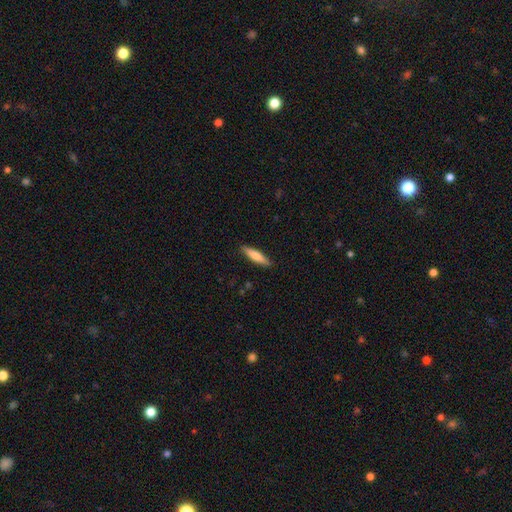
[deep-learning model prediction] A smooth galaxy with no disk features (75%) that is cigar-shaped (77%).

Vote fractions:
- Smooth or featured? smooth: 75% / featured or disk: 20% / star or artifact: 5%
- How rounded? cigar-shaped: 77% / in between: 21% / round: 1%
- Merging? none: 90% / minor disturbance: 8% / major disturbance: 2% / merger: 1%